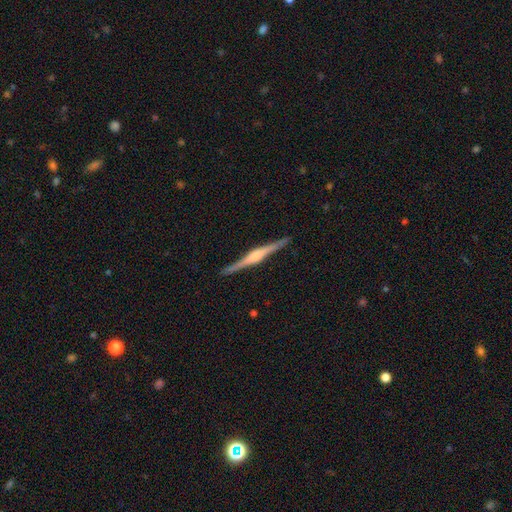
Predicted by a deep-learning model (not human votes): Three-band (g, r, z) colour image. It shows a featured or disk galaxy (84%) viewed edge-on (99%) with a rounded central bulge (73%). Merging: none (91%).